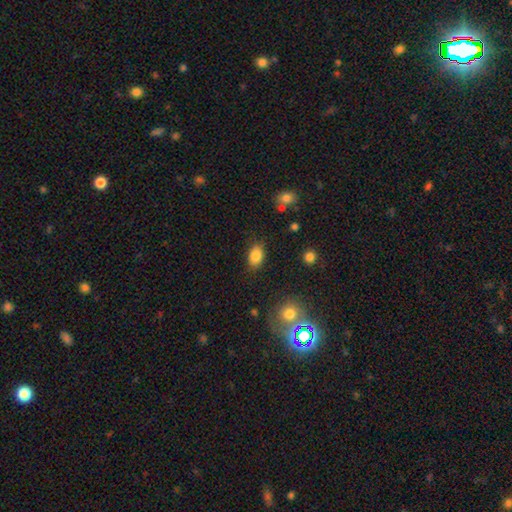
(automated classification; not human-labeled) The model was most divided on "merging": none: 83%, minor disturbance: 12%, major disturbance: 3%, merger: 2%. More confident: how rounded — in between (85%); smooth or featured — smooth (85%).